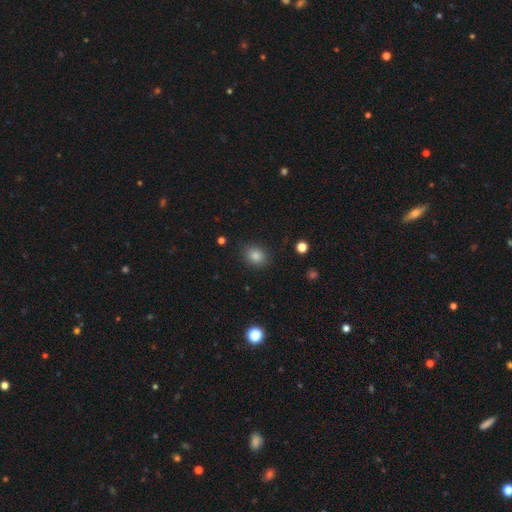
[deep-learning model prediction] The model was most divided on "how rounded": round: 58%, in between: 41%, cigar-shaped: 1%. More confident: merging — none (86%); smooth or featured — smooth (84%).